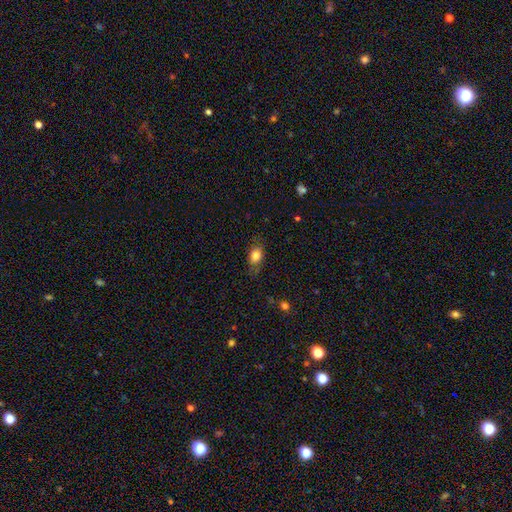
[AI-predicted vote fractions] Smooth or featured: smooth — 80% (featured or disk — 11%)
How rounded: in between — 76% (round — 19%)
Merging: none — 73% (minor disturbance — 20%)